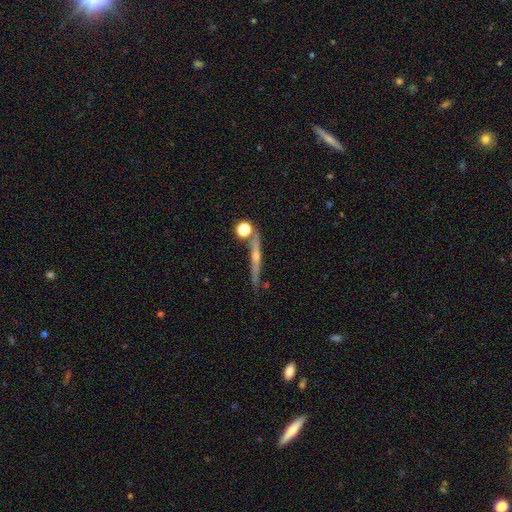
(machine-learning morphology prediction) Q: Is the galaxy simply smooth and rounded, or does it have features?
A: featured or disk — 67%.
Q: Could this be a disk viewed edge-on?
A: yes — 90%.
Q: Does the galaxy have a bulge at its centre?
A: rounded — 78%.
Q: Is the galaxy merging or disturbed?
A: none — 66%.